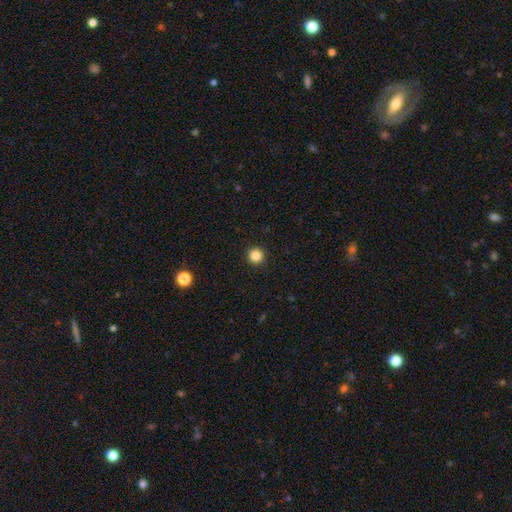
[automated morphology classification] A smooth galaxy with no disk features (84%) that is round (96%).

Vote fractions:
- Smooth or featured? smooth: 84% / star or artifact: 11% / featured or disk: 4%
- How rounded? round: 96% / in between: 3% / cigar-shaped: 1%
- Merging? none: 93% / minor disturbance: 4% / major disturbance: 2% / merger: 1%